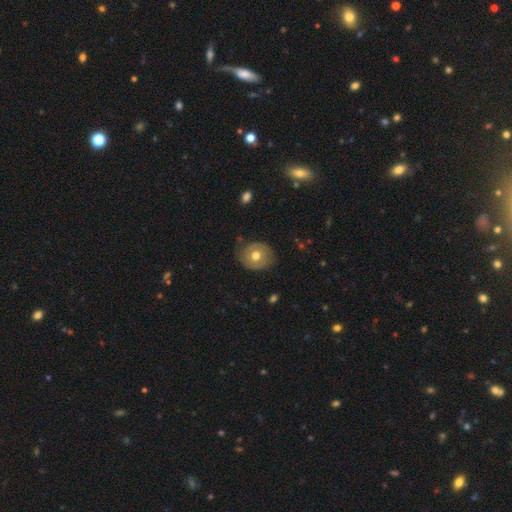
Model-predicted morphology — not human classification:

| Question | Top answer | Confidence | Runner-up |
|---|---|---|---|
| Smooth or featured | smooth | 53% | featured or disk (39%) |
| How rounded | round | 69% | in between (30%) |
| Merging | none | 78% | minor disturbance (16%) |